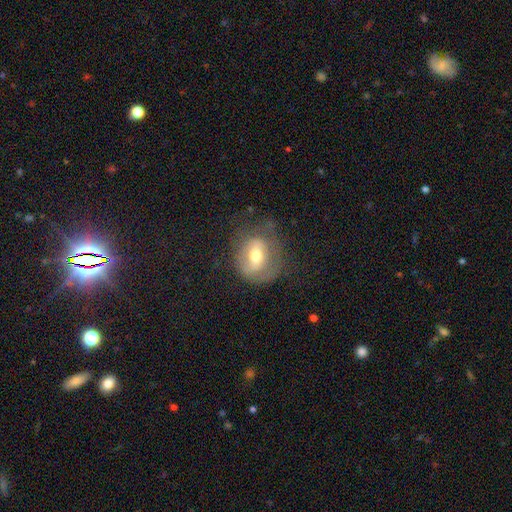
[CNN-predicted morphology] This is possibly a smooth galaxy (47%). Merging: possibly none (53%).